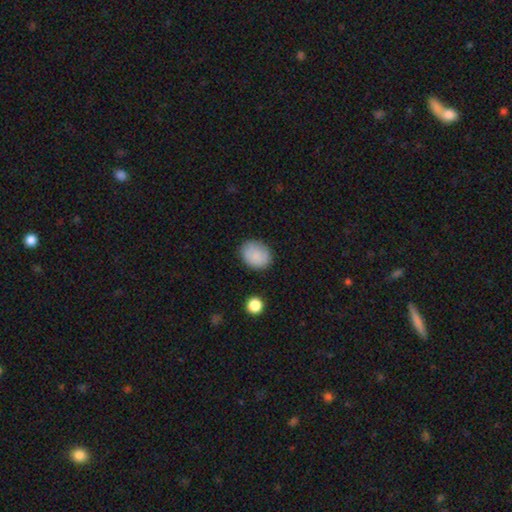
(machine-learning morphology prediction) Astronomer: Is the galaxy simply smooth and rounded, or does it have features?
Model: smooth — 84%.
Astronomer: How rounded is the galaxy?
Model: round — 53% (runner-up: in between, 46%).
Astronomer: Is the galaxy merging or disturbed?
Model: none — 81%.